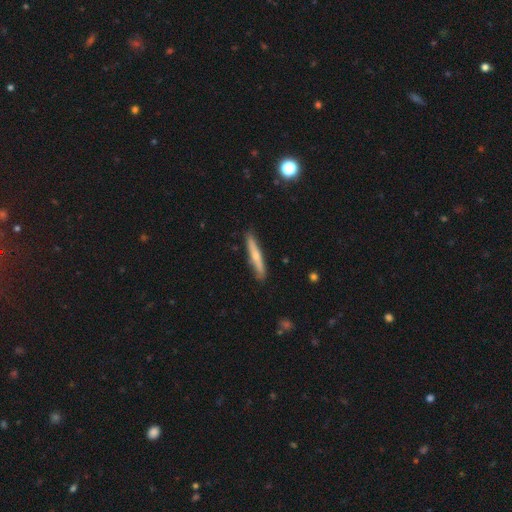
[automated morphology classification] A smooth galaxy with no disk features (47%, tied with featured or disk).

Vote fractions:
- Smooth or featured? smooth: 47% (tied) / featured or disk: 47% (tied) / star or artifact: 6%
- Merging? none: 86% / minor disturbance: 11% / major disturbance: 2% / merger: 1%